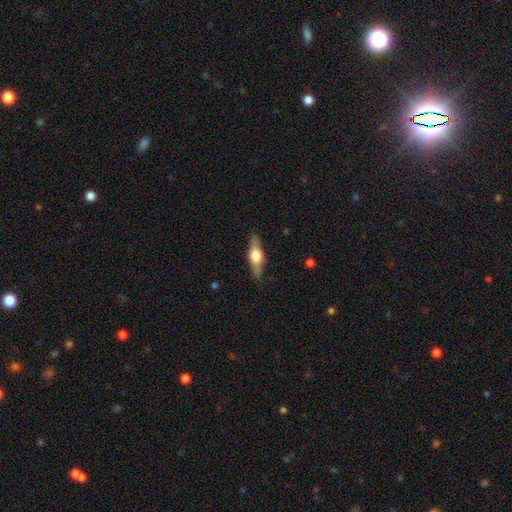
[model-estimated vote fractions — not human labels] Smooth or featured? featured or disk (57%)
Edge-on disk? yes (92%)
Edge-on bulge? rounded (93%)
Merging? none (87%)